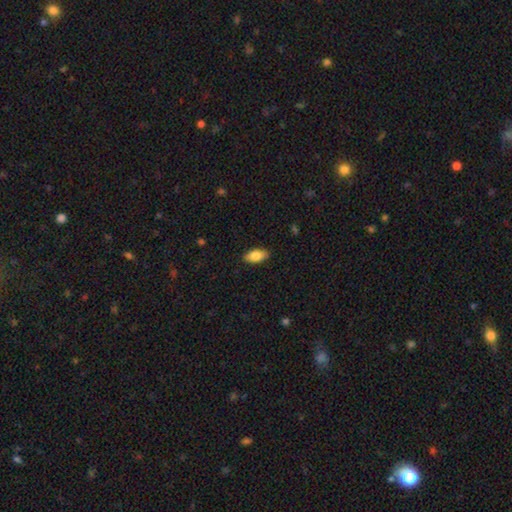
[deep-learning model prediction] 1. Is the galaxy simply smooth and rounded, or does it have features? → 81% smooth, 12% featured or disk, 7% star or artifact.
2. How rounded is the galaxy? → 90% in between, 7% cigar-shaped, 3% round.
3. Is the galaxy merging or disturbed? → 89% none, 9% minor disturbance, 2% major disturbance, 1% merger.